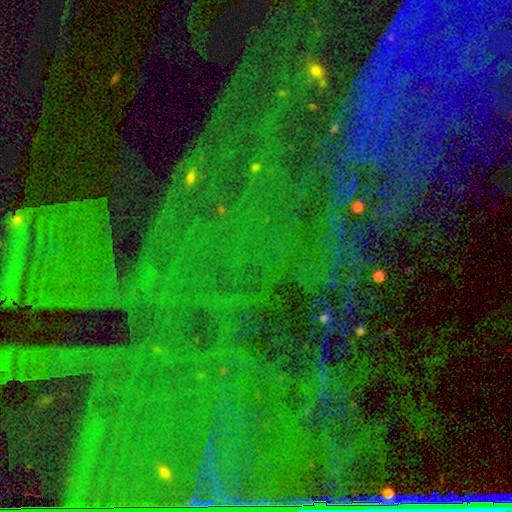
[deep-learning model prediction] The model was most divided on "smooth or featured": star or artifact: 83%, featured or disk: 9%, smooth: 8%.